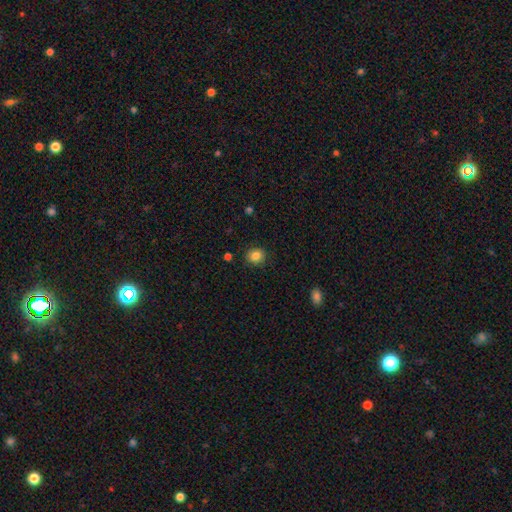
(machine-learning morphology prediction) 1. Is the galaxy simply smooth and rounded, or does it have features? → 84% smooth, 10% star or artifact, 6% featured or disk.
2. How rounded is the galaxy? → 75% round, 24% in between, 1% cigar-shaped.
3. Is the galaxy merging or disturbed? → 87% none, 9% minor disturbance, 2% major disturbance, 1% merger.